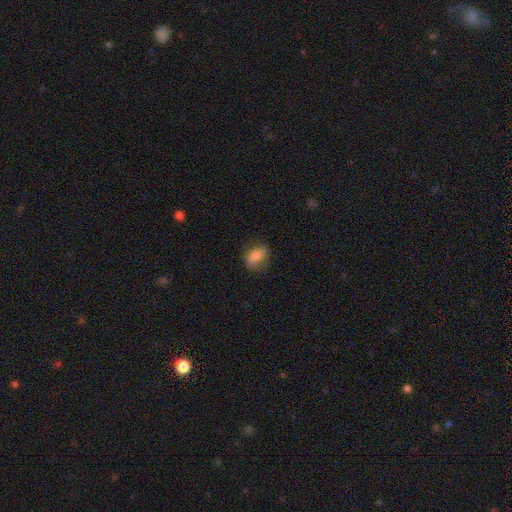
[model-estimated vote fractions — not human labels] Smooth or featured?
  - smooth: 66% *
  - featured or disk: 26%
  - star or artifact: 8%
How rounded?
  - in between: 69% *
  - round: 29%
  - cigar-shaped: 2%
Merging?
  - none: 73% *
  - minor disturbance: 19%
  - major disturbance: 6%
  - merger: 1%